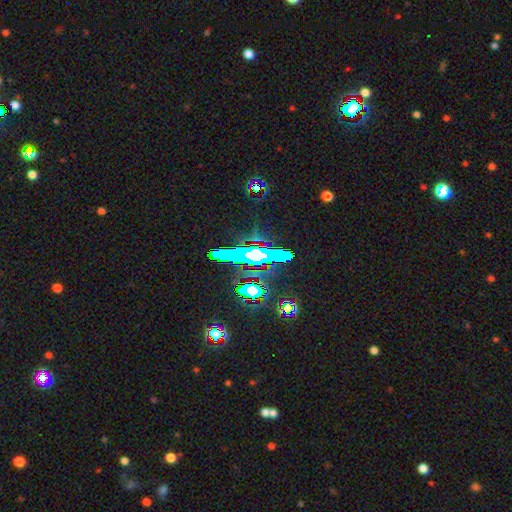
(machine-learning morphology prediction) A star or artifact, not a galaxy (67%).